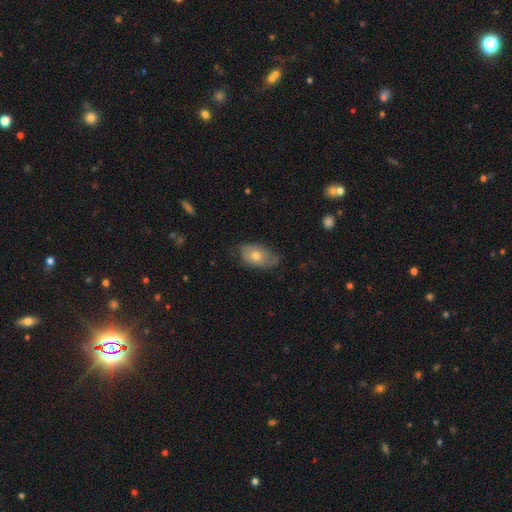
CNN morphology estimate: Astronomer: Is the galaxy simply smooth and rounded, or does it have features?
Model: smooth — 61%.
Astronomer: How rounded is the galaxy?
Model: in between — 88%.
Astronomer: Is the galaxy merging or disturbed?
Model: none — 61%.